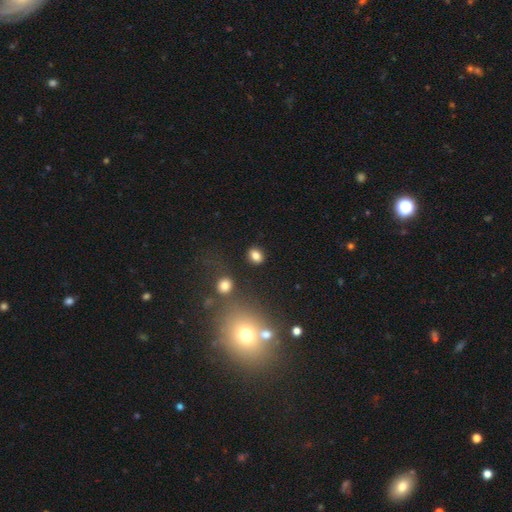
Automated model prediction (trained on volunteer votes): A smooth galaxy with no disk features (81%) that is in between round and cigar-shaped (60%). Merging: none (84%).